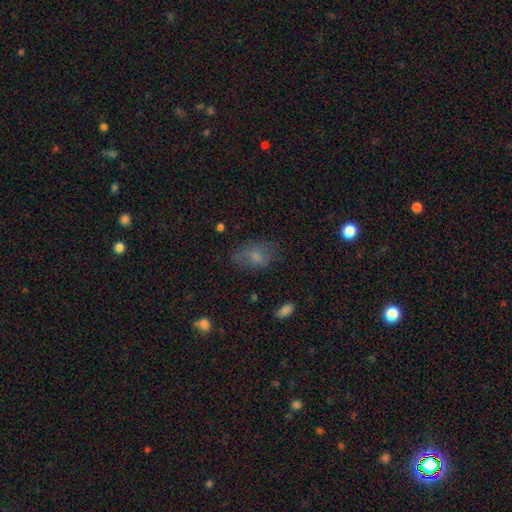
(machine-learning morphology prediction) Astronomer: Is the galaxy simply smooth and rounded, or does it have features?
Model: smooth — 68%.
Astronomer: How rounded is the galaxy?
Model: in between — 86%.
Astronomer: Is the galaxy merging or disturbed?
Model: none — 62%.